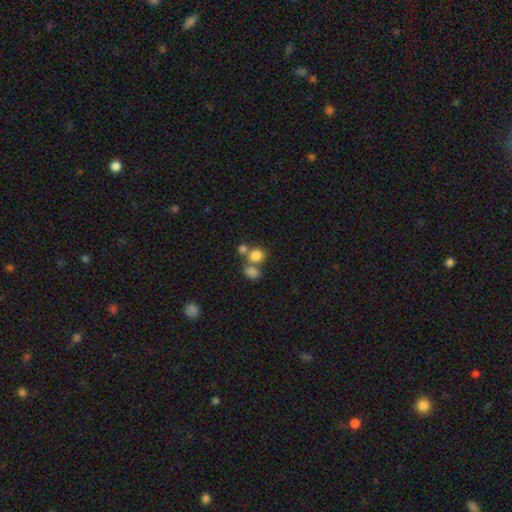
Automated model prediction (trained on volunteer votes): smooth_or_featured: smooth (p=0.80) [alt: star or artifact p=0.12]
how_rounded: round (p=0.72) [alt: in between p=0.27]
merging: none (p=0.46) [alt: merger p=0.40]